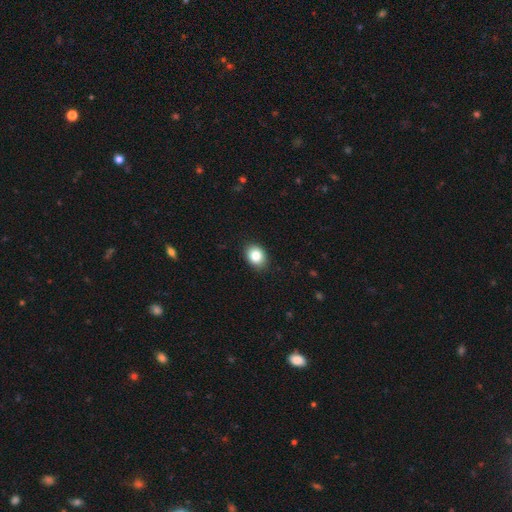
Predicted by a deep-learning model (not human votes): Smooth or featured? Predicted: smooth (p=0.84). How rounded? Predicted: in between (p=0.55). Merging? Predicted: none (p=0.88).